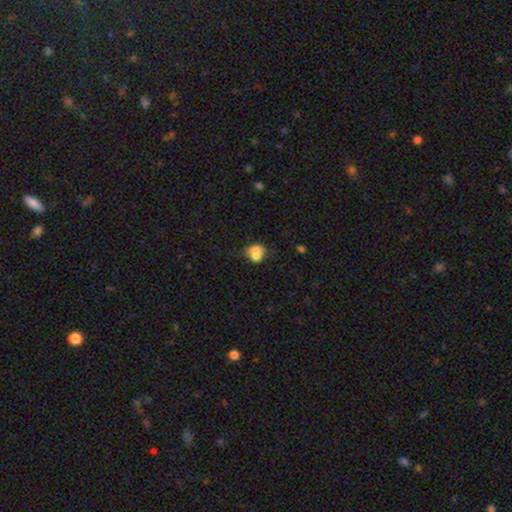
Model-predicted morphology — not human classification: smooth_or_featured: smooth (p=0.71) [alt: featured or disk p=0.19]
how_rounded: round (p=0.60) [alt: in between p=0.39]
merging: merger (p=0.52) [alt: none p=0.28]